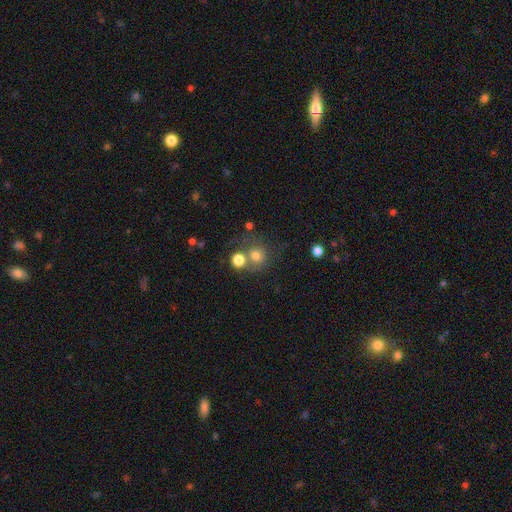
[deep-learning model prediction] The model was most divided on "merging": none: 55%, merger: 28%, minor disturbance: 11%, major disturbance: 6%. More confident: how rounded — round (86%); smooth or featured — smooth (74%).